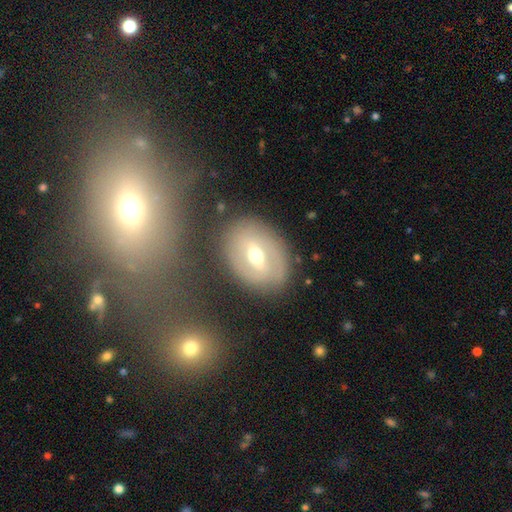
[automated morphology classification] type=featured or disk (62%); edge-on=no (92%); bar=weak (44%); spiral arms=no (55%); bulge=moderate (74%); merging=none (78%).